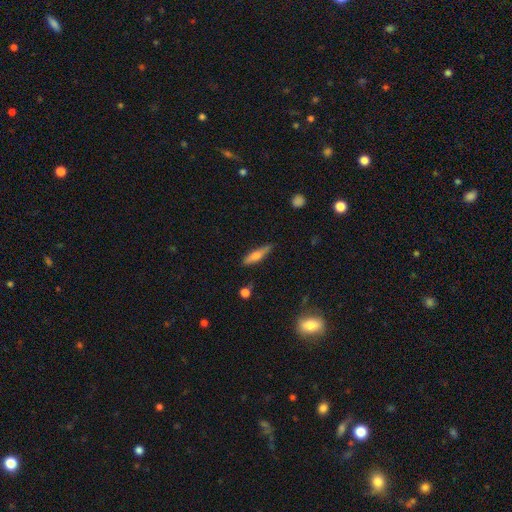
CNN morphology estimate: Overall: smooth (55%; featured or disk 38%). How rounded: cigar-shaped (78%). Merging: none (83%).